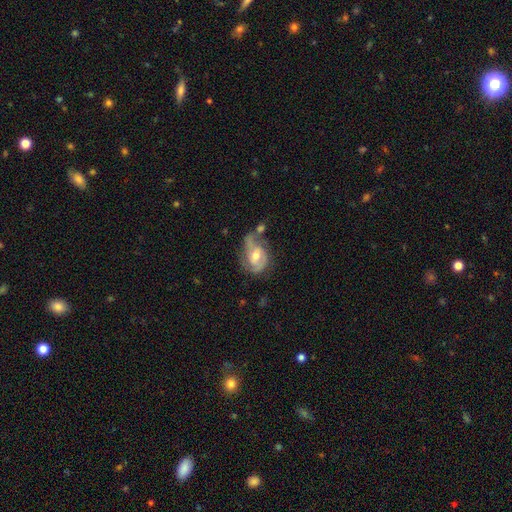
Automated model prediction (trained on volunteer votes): Q: Smooth or featured?
A: featured or disk (74%); runner-up: smooth (19%)
Q: Edge-on disk?
A: no (97%); runner-up: yes (3%)
Q: Bar?
A: no (46%); runner-up: weak (42%)
Q: Spiral arms?
A: yes (87%); runner-up: no (13%)
Q: Spiral winding?
A: medium (44%); runner-up: tight (34%)
Q: Spiral arm count?
A: 2 (62%); runner-up: can't tell (16%)
Q: Bulge size?
A: moderate (68%); runner-up: small (24%)
Q: Merging?
A: none (37%); runner-up: minor disturbance (25%)